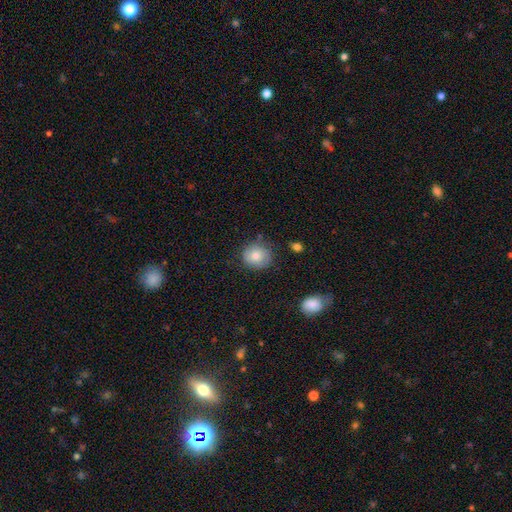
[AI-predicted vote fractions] This is likely a smooth galaxy (76%). How rounded: likely round (76%). Merging: likely none (75%).